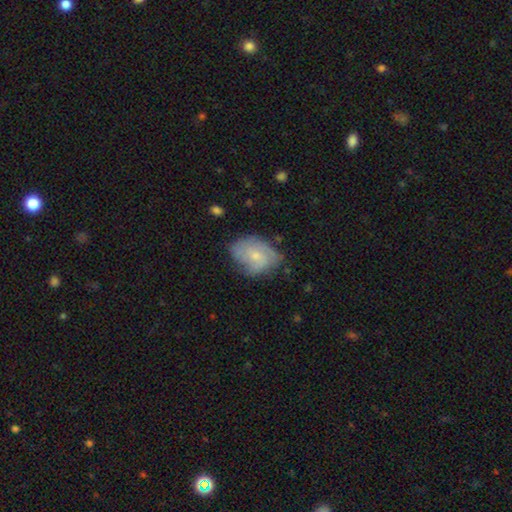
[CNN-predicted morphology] The model was most divided on "smooth or featured": featured or disk: 51%, smooth: 42%, star or artifact: 7%. More confident: edge-on disk — no (97%); merging — none (58%).